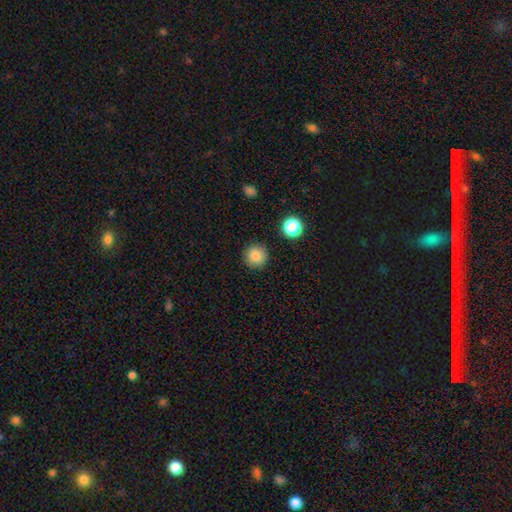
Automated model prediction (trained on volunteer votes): The model was most divided on "smooth or featured": smooth: 84%, star or artifact: 11%, featured or disk: 5%. More confident: how rounded — round (94%); merging — none (90%).